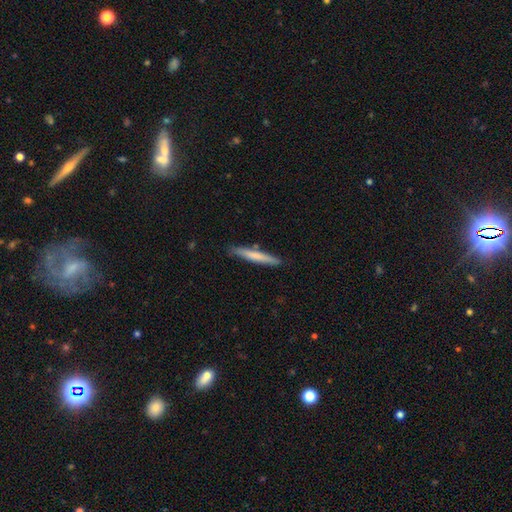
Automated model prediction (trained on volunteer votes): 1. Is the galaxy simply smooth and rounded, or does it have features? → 70% smooth, 25% featured or disk, 5% star or artifact.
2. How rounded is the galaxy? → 95% cigar-shaped, 4% in between, 1% round.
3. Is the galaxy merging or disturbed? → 86% none, 10% minor disturbance, 2% merger, 2% major disturbance.